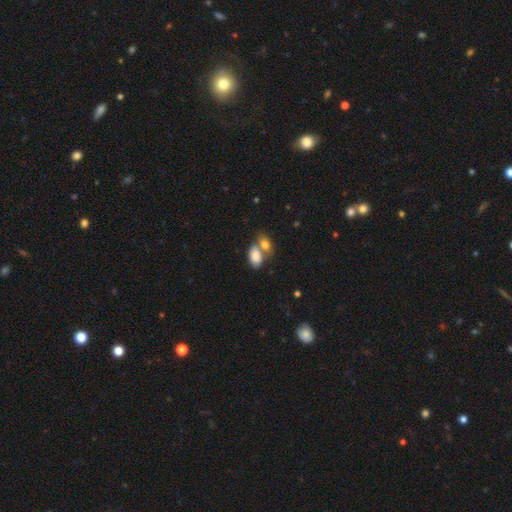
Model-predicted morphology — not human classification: Q: Smooth or featured?
A: smooth (83%); runner-up: featured or disk (9%)
Q: How rounded?
A: in between (90%); runner-up: round (8%)
Q: Merging?
A: merger (55%); runner-up: none (30%)